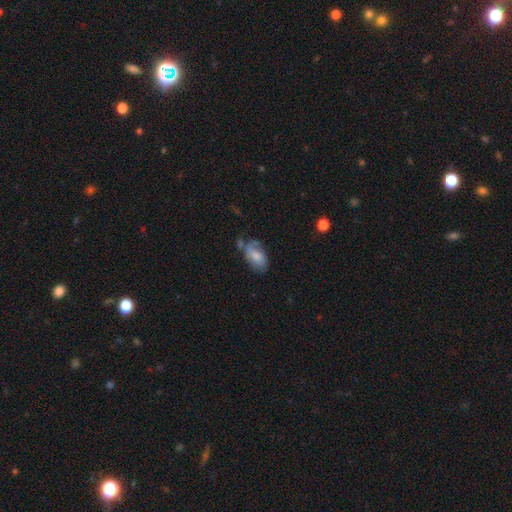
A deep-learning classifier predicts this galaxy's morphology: Q: Smooth or featured?
A: smooth (65%); runner-up: featured or disk (27%)
Q: How rounded?
A: in between (92%); runner-up: round (6%)
Q: Merging?
A: none (47%); runner-up: minor disturbance (30%)